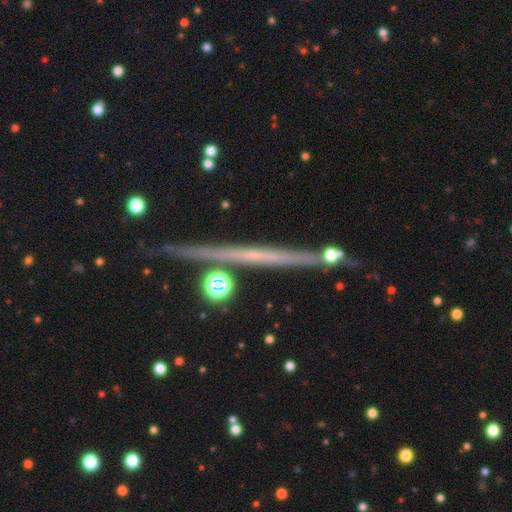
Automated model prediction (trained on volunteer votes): Smooth or featured? Predicted: featured or disk (p=0.67). Edge-on disk? Predicted: yes (p=0.97). Edge-on bulge? Predicted: none (p=0.87). Merging? Predicted: none (p=0.86).